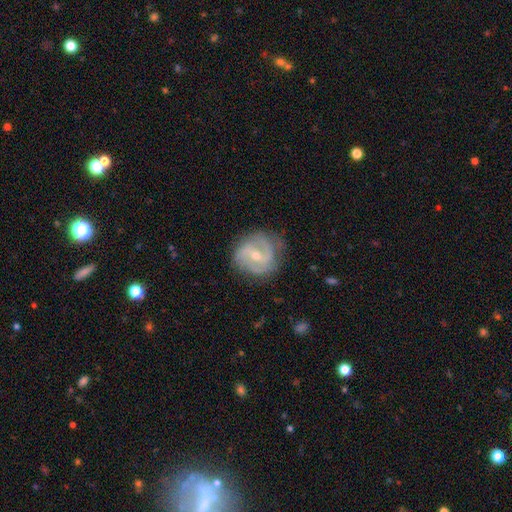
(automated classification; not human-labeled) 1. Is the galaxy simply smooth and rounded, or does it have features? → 78% featured or disk, 16% smooth, 6% star or artifact.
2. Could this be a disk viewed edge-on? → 97% no, 3% yes.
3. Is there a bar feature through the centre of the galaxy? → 47% weak, 34% no, 19% strong.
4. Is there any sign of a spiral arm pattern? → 91% yes, 9% no.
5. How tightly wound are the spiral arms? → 47% medium, 31% tight, 21% loose.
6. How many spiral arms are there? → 60% 2, 15% 3, 15% can't tell, 3% 1, 3% 4, 2% more than 4.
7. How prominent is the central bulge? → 53% small, 44% moderate, 1% large, 1% none, 1% dominant.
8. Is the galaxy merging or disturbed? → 73% none, 18% minor disturbance, 7% major disturbance, 1% merger.